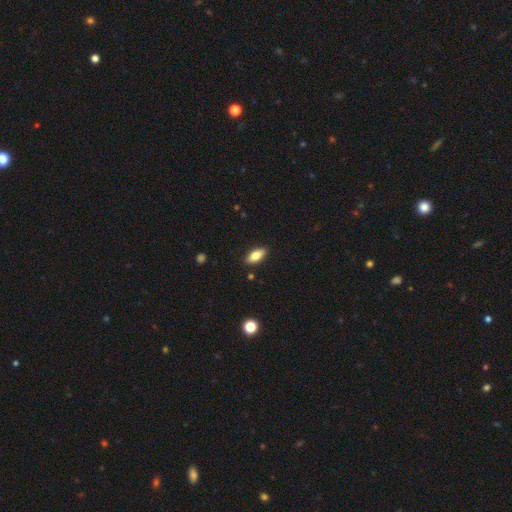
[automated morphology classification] This is likely a smooth galaxy (77%). How rounded: clearly in between (85%). Merging: clearly none (88%).